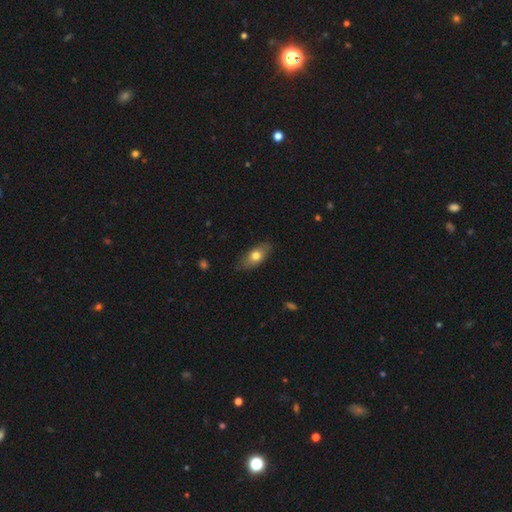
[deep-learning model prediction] A smooth galaxy with no disk features (70%) that is in between round and cigar-shaped (85%). Merging: none (81%).